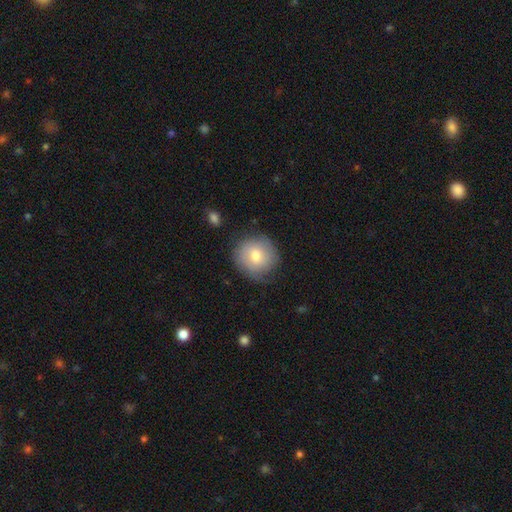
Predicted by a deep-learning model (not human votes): Morphology: type=smooth (72%); roundness=round (91%); merging=none (76%).